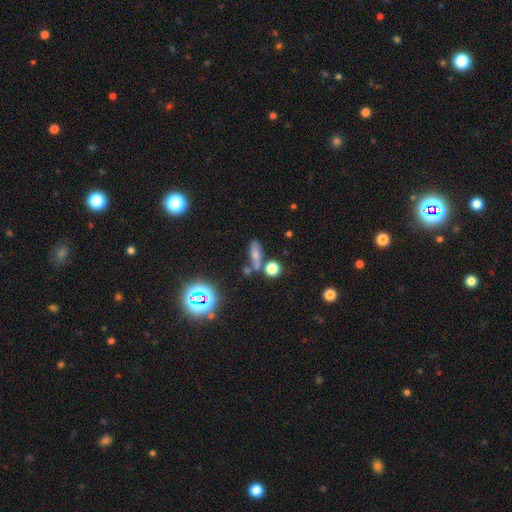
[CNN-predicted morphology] smooth 58%, star or artifact 22%, featured or disk 20%. Down the decision tree: how rounded — in between (49%); merging — none (54%).